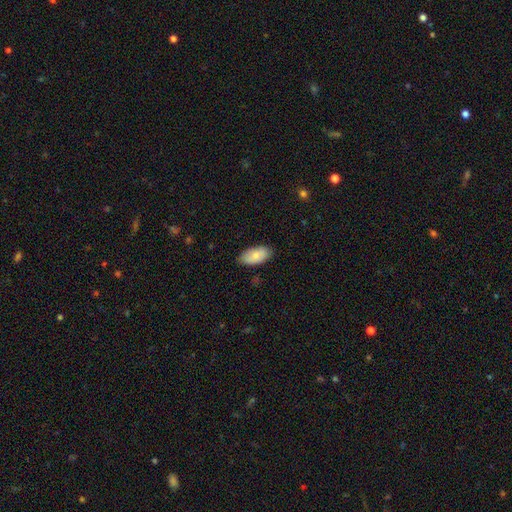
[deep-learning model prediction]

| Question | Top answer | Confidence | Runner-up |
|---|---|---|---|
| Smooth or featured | smooth | 79% | featured or disk (15%) |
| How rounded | in between | 94% | cigar-shaped (4%) |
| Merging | none | 82% | minor disturbance (15%) |